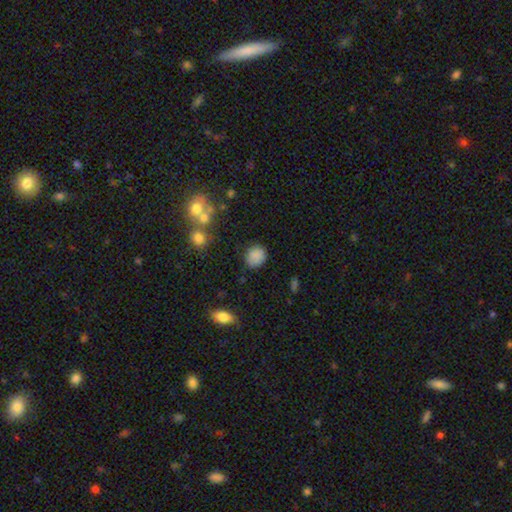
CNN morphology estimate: type=smooth (84%); roundness=round (66%); merging=none (80%).